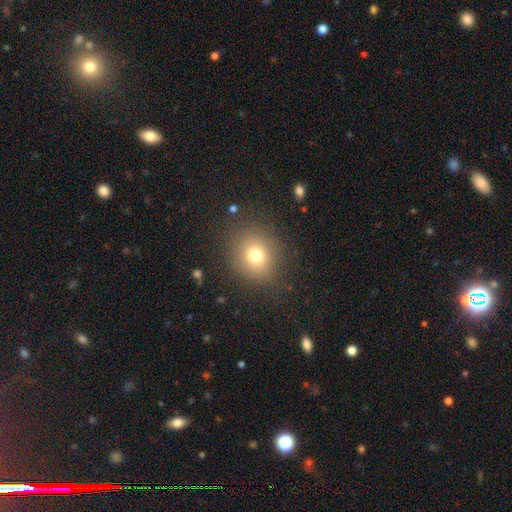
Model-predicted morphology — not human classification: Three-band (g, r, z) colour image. It shows a smooth galaxy with no disk features (75%) that is round (77%). Merging: none (86%).